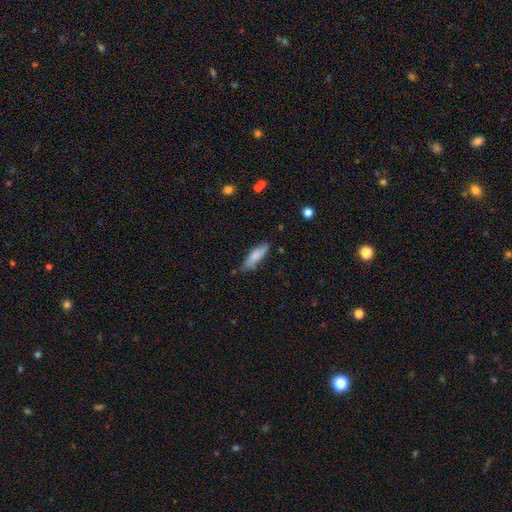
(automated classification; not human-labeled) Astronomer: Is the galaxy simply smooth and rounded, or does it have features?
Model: smooth — 78%.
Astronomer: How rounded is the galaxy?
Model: cigar-shaped — 61% (runner-up: in between, 37%).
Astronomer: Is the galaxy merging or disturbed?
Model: none — 74%.